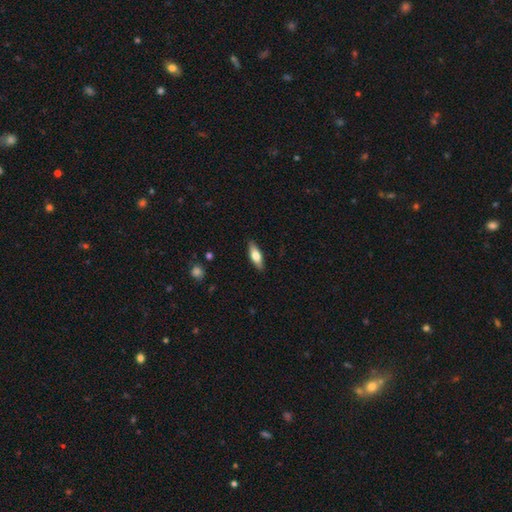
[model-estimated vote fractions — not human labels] Smooth or featured? Predicted: smooth (p=0.62). How rounded? Predicted: in between (p=0.58). Merging? Predicted: none (p=0.88).